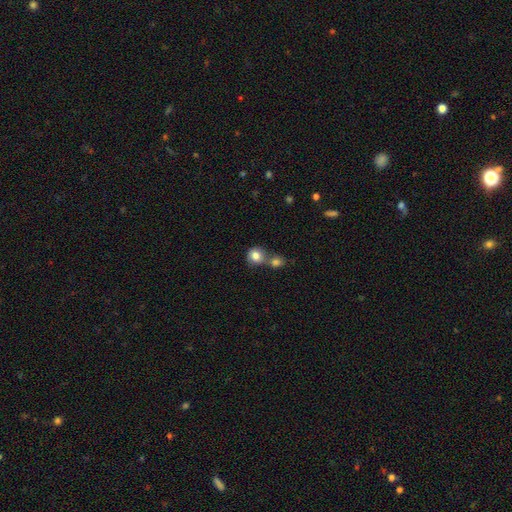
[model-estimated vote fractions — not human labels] Smooth or featured?
  - smooth: 82% *
  - featured or disk: 9%
  - star or artifact: 9%
How rounded?
  - round: 82% *
  - in between: 17%
  - cigar-shaped: 1%
Merging?
  - merger: 47% *
  - none: 40%
  - minor disturbance: 10%
  - major disturbance: 4%